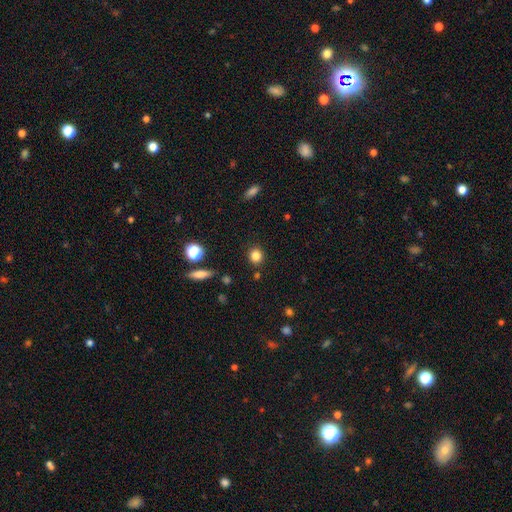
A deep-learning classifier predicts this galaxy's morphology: Q: Smooth or featured?
A: smooth (83%); runner-up: star or artifact (12%)
Q: How rounded?
A: round (83%); runner-up: in between (16%)
Q: Merging?
A: none (87%); runner-up: minor disturbance (7%)